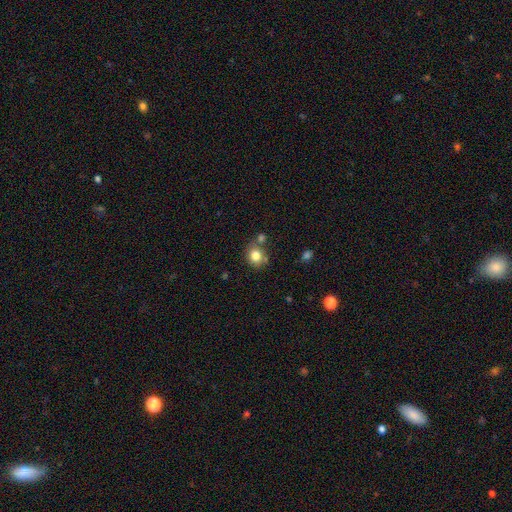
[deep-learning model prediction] smooth_or_featured: smooth (p=0.81) [alt: star or artifact p=0.10]
how_rounded: round (p=0.72) [alt: in between p=0.28]
merging: none (p=0.65) [alt: merger p=0.16]